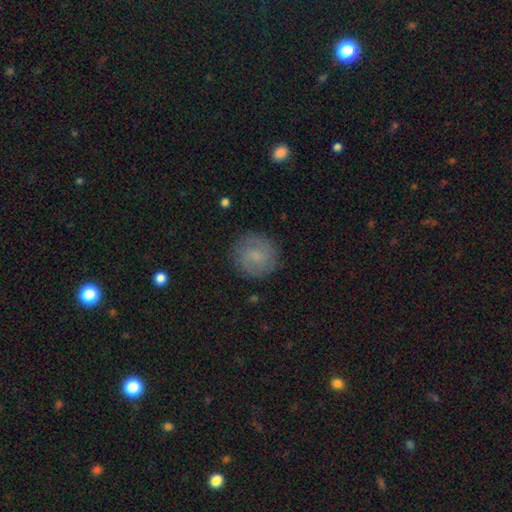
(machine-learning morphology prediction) This appears to be a smooth galaxy with no disk features (64%) that is round (91%). Merging: none (86%).